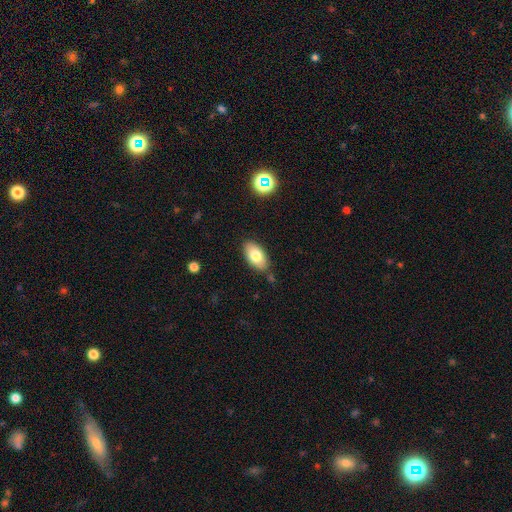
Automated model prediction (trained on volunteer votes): smooth-or-featured: smooth: 77% | featured or disk: 15% | star or artifact: 8%
  how-rounded: in between: 93% | round: 4% | cigar-shaped: 3%
  merging: none: 81% | minor disturbance: 13% | merger: 3% | major disturbance: 3%